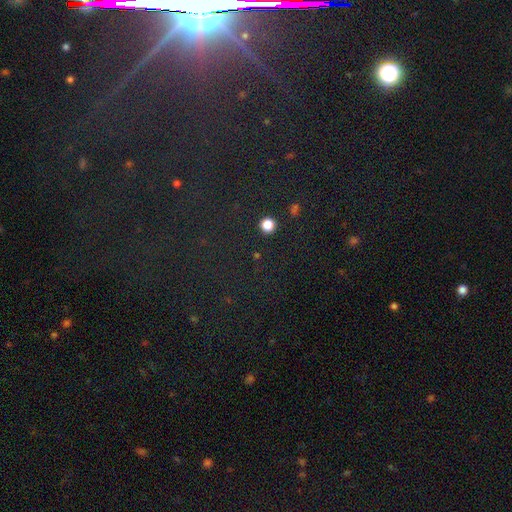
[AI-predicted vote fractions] smooth_or_featured: star or artifact (p=0.79) [alt: featured or disk p=0.11]